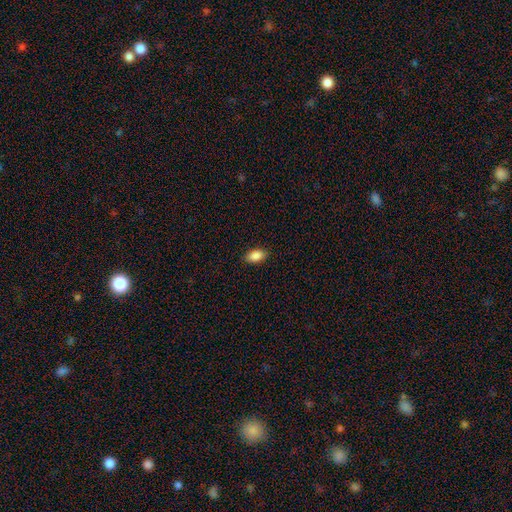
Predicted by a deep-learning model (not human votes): Overall: smooth (88%). How rounded: in between (92%). Merging: none (88%).